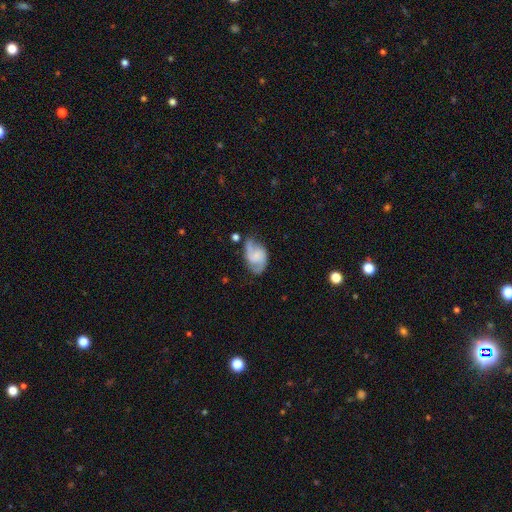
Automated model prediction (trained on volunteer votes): Smooth or featured? Predicted: featured or disk (p=0.75). Edge-on disk? Predicted: no (p=0.97). Bar? Predicted: no (p=0.57). Spiral arms? Predicted: yes (p=0.94). Spiral winding? Predicted: medium (p=0.49). Spiral arm count? Predicted: 2 (p=0.86). Bulge size? Predicted: small (p=0.40). Merging? Predicted: none (p=0.60).